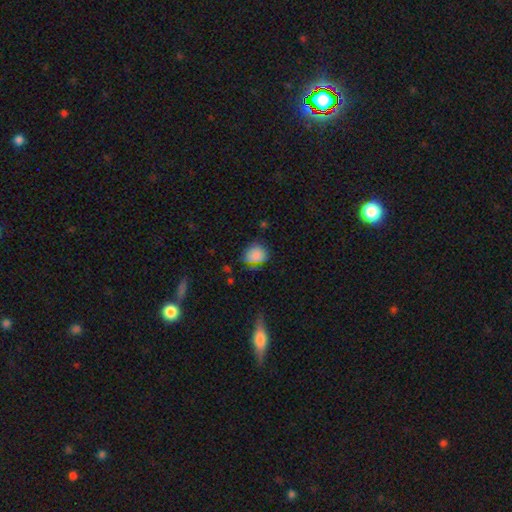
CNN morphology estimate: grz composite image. It shows a smooth galaxy with no disk features (81%) that is round (72%). Merging: none (67%).